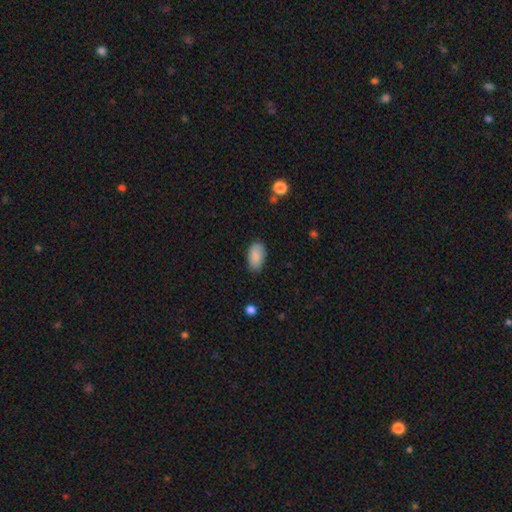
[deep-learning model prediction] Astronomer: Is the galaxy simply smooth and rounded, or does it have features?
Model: smooth — 89%.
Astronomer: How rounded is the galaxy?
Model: in between — 94%.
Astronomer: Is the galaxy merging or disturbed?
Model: none — 82%.